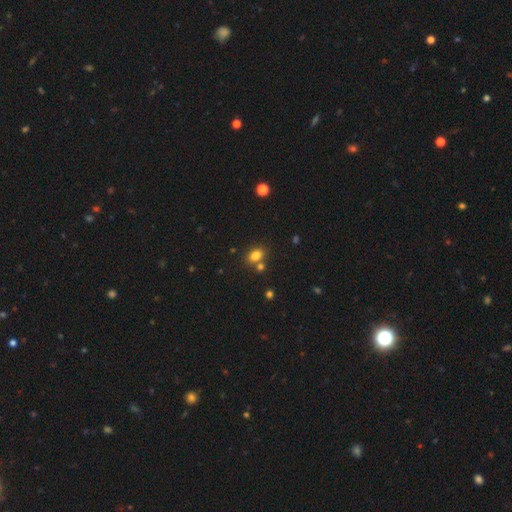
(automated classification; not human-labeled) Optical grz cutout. It shows a smooth galaxy with no disk features (81%) that is in between round and cigar-shaped (69%). Merging: none (66%).